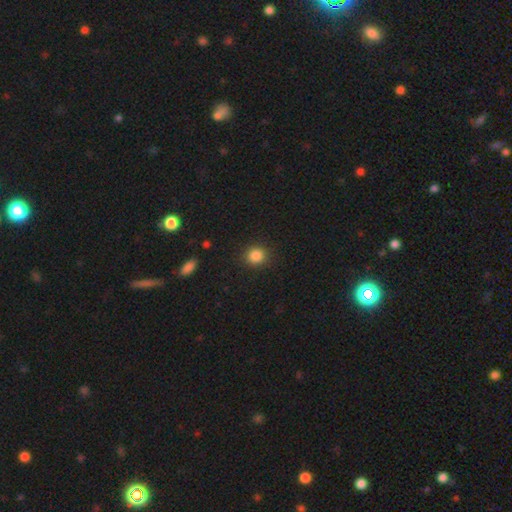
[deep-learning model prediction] The model was most divided on "how rounded": round: 86%, in between: 13%, cigar-shaped: 1%. More confident: merging — none (89%); smooth or featured — smooth (85%).